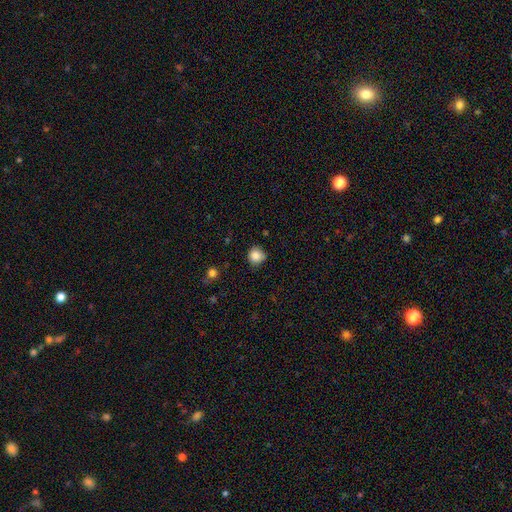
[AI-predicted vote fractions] This is clearly a smooth galaxy (84%). How rounded: clearly round (89%). Merging: likely none (73%).